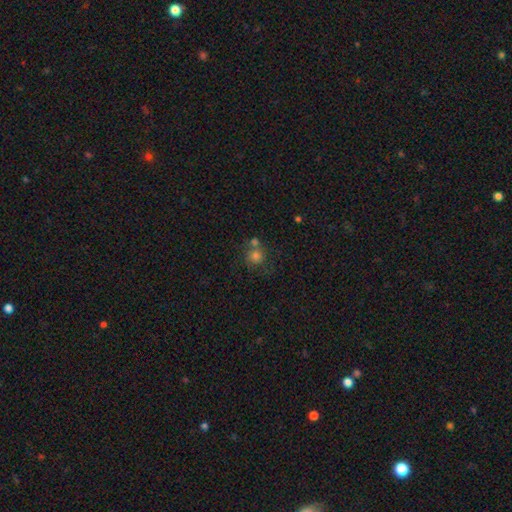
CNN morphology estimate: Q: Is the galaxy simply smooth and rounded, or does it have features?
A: smooth — 68%.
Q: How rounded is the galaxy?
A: round — 89%.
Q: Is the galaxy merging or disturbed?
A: none — 57%.